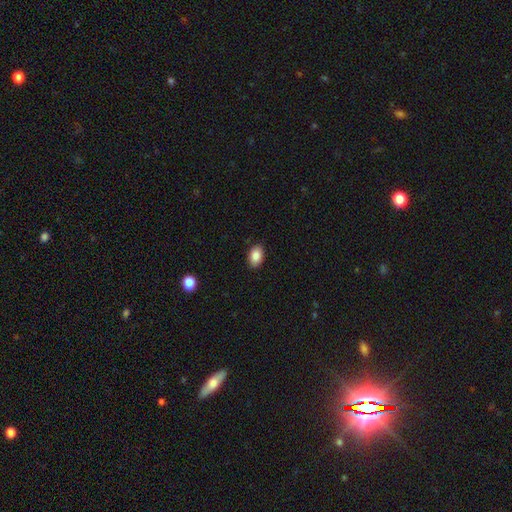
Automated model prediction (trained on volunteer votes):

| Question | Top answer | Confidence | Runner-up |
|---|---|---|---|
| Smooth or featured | smooth | 87% | star or artifact (8%) |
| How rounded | in between | 87% | round (12%) |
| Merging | none | 89% | minor disturbance (8%) |